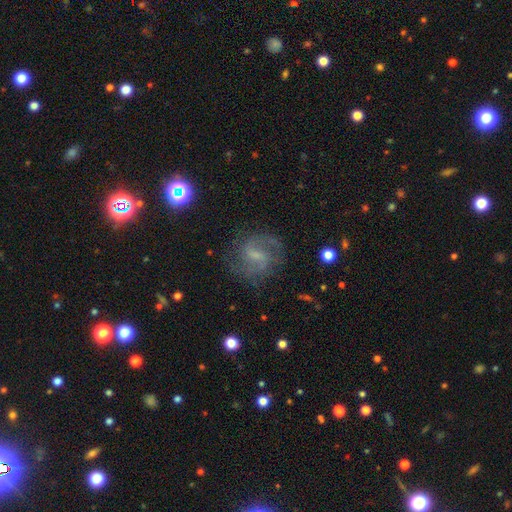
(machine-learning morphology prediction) A featured or disk galaxy (80%) with a weak bar (58%), 2 (82%) medium (54%) spiral arms (95%) and a small central bulge (49%).

Vote fractions:
- Smooth or featured? featured or disk: 80% / smooth: 11% / star or artifact: 9%
- Edge-on disk? no: 98% / yes: 2%
- Bar? weak: 58% / strong: 22% / no: 19%
- Spiral arms? yes: 95% / no: 5%
- Spiral winding? medium: 54% / loose: 23% / tight: 23%
- Spiral arm count? 2: 82% / can't tell: 8% / 3: 4% / 1: 2% / 4: 2% / more than 4: 2%
- Bulge size? small: 49% / none: 27% / moderate: 21% / large: 2% / dominant: 1%
- Merging? none: 77% / minor disturbance: 14% / major disturbance: 8% / merger: 1%